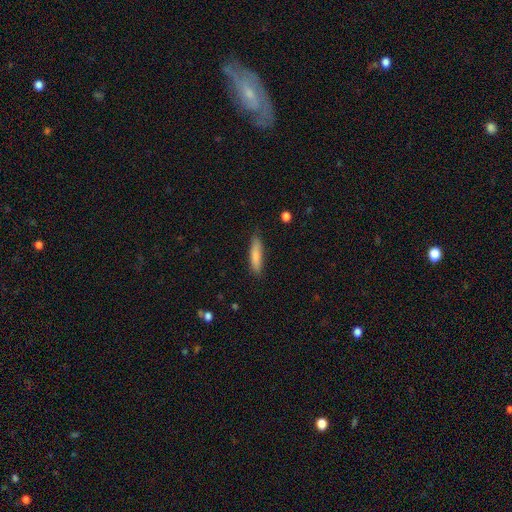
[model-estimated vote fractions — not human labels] This is clearly a smooth galaxy (81%). How rounded: likely cigar-shaped (77%). Merging: clearly none (83%).